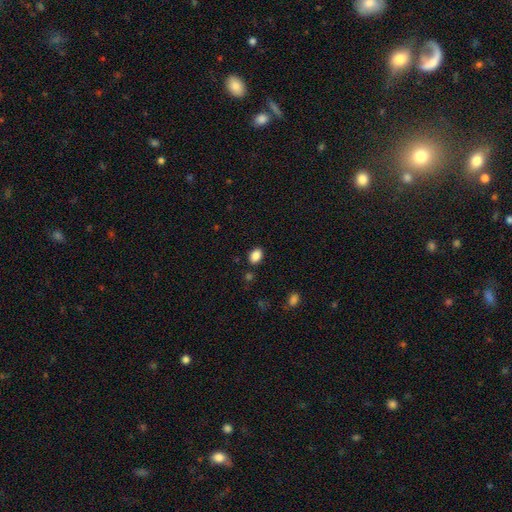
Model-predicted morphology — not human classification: This appears to be a smooth galaxy with no disk features (87%) that is in between round and cigar-shaped (76%). Merging: none (86%).